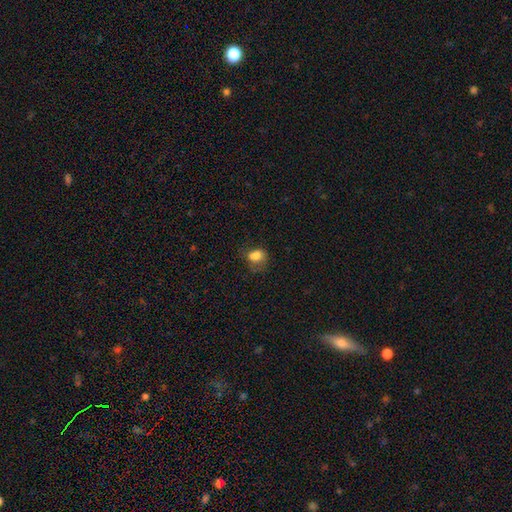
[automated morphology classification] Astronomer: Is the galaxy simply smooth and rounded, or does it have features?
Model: smooth — 77%.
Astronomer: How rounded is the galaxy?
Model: in between — 59% (runner-up: round, 39%).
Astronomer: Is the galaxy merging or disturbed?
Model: none — 40% (runner-up: minor disturbance, 29%).